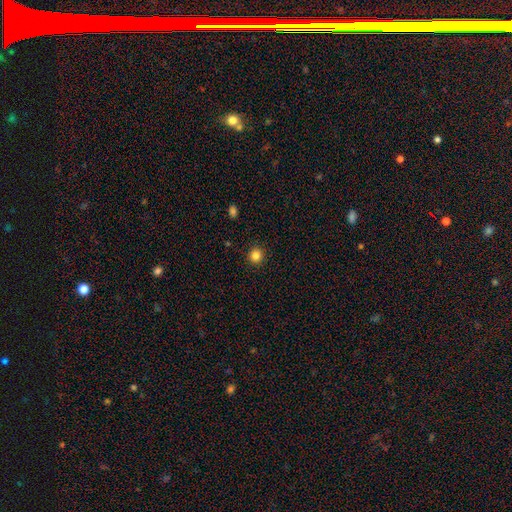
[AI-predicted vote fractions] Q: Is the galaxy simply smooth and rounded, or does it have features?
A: smooth — 84%.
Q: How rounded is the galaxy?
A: round — 94%.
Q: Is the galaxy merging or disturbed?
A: none — 93%.